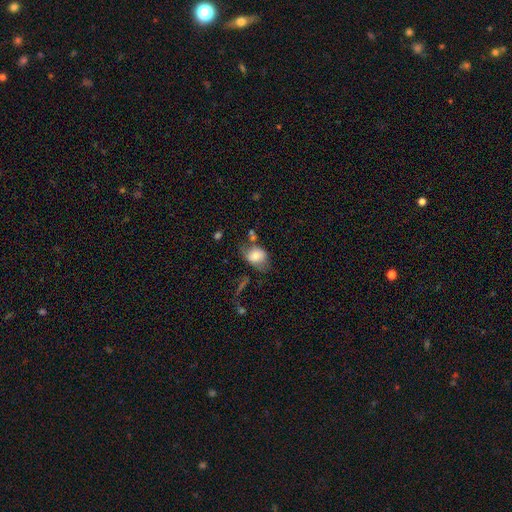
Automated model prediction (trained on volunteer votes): smooth-or-featured: smooth: 69% | featured or disk: 22% | star or artifact: 9%
  how-rounded: in between: 64% | round: 35% | cigar-shaped: 1%
  merging: none: 44% | minor disturbance: 28% | major disturbance: 18% | merger: 10%